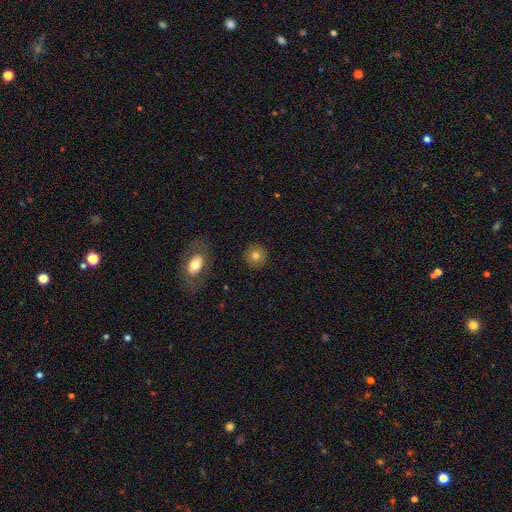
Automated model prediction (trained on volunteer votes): Smooth or featured? smooth (77%)
How rounded? round (91%)
Merging? none (90%)